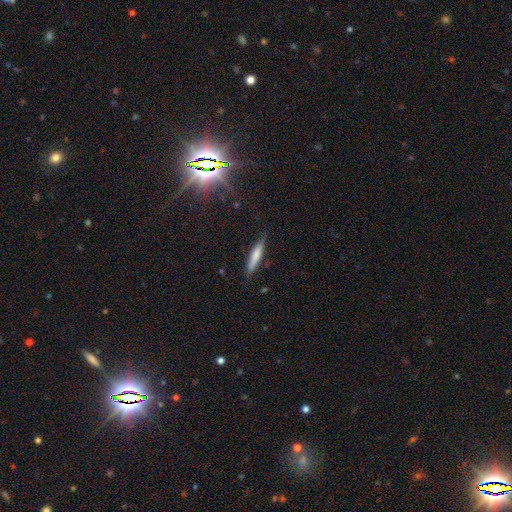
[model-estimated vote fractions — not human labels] Smooth or featured: smooth — 68% (featured or disk — 25%)
How rounded: cigar-shaped — 86% (in between — 12%)
Merging: none — 81% (minor disturbance — 15%)